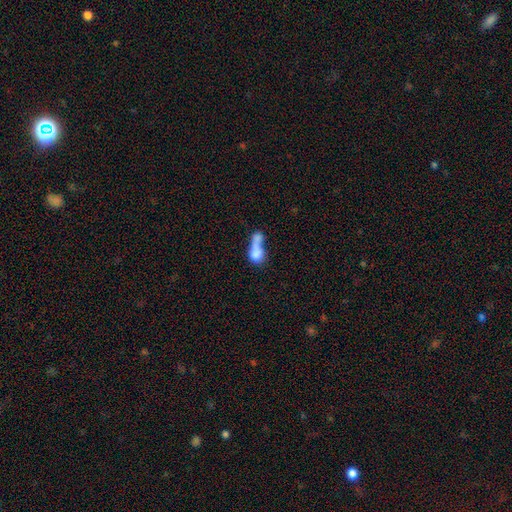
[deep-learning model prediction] Smooth or featured? Predicted: smooth (p=0.65). How rounded? Predicted: in between (p=0.50). Merging? Predicted: merger (p=0.58).